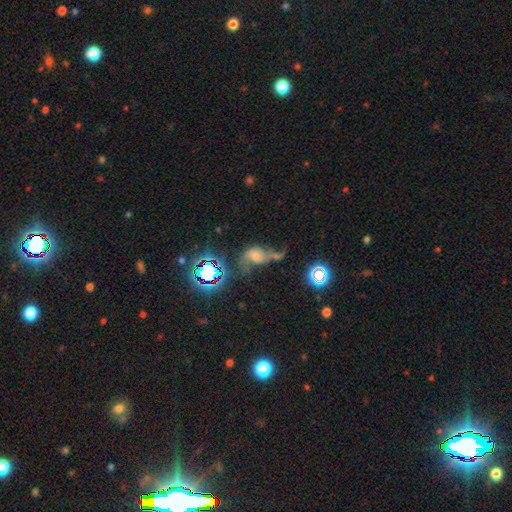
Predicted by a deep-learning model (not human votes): Smooth or featured? Predicted: featured or disk (p=0.46). Merging? Predicted: major disturbance (p=0.35).